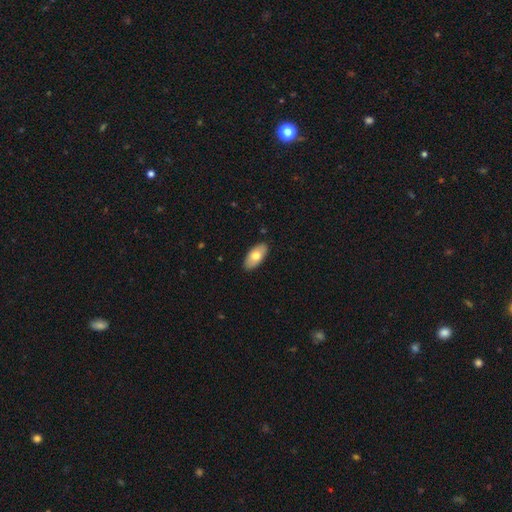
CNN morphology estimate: This appears to be a smooth galaxy with no disk features (71%) that is in between round and cigar-shaped (94%). Merging: none (89%).